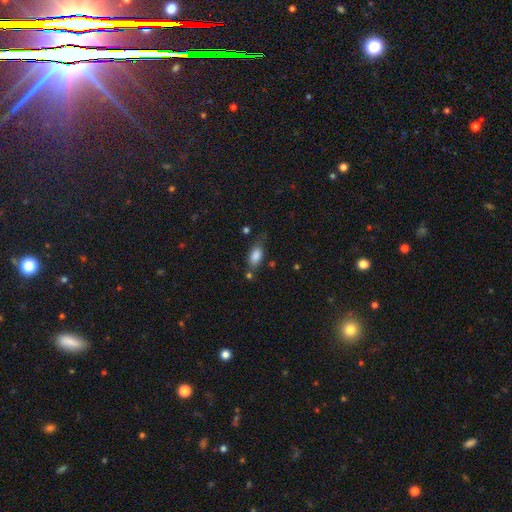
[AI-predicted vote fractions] Smooth or featured? Predicted: smooth (p=0.82). How rounded? Predicted: in between (p=0.87). Merging? Predicted: none (p=0.58).